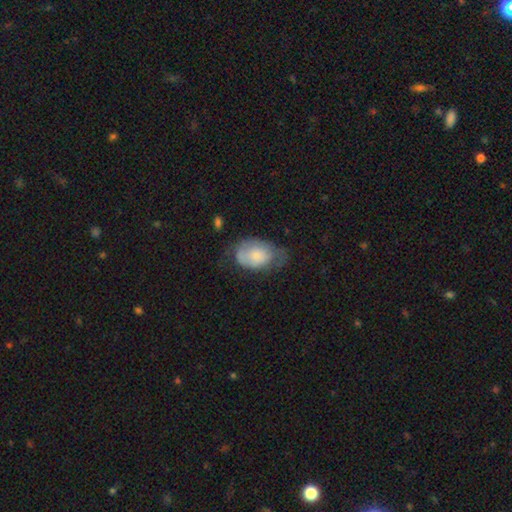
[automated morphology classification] type=smooth (68%); roundness=in between (86%); merging=minor disturbance (38%).